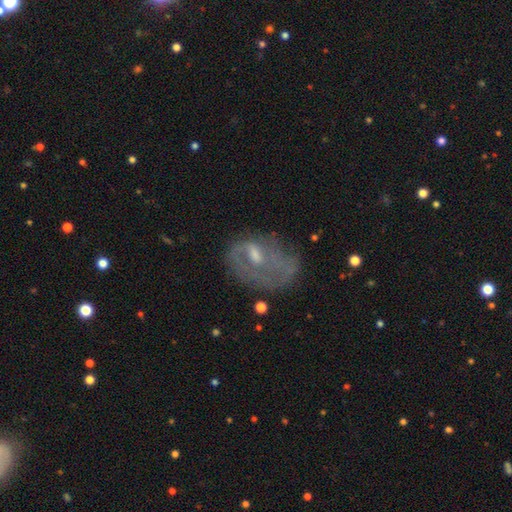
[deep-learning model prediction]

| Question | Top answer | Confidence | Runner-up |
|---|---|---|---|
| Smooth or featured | featured or disk | 62% | smooth (29%) |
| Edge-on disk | no | 96% | yes (4%) |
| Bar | no | 53% | weak (39%) |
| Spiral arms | yes | 50% | tied: no (50%) |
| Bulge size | moderate | 47% | small (35%) |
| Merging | major disturbance | 41% | none (34%) |